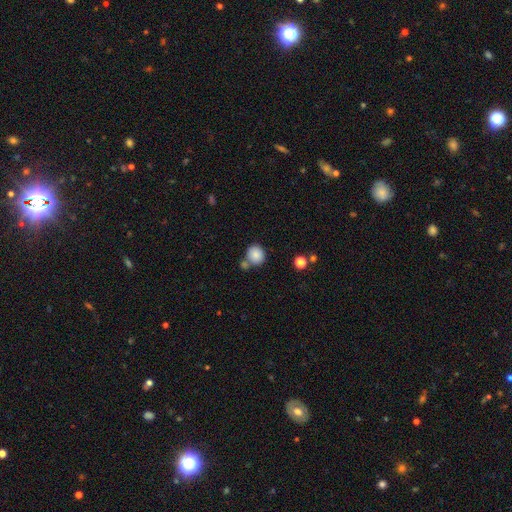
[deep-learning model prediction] Smooth or featured: smooth — 85% (star or artifact — 9%)
How rounded: round — 86% (in between — 13%)
Merging: none — 61% (merger — 24%)